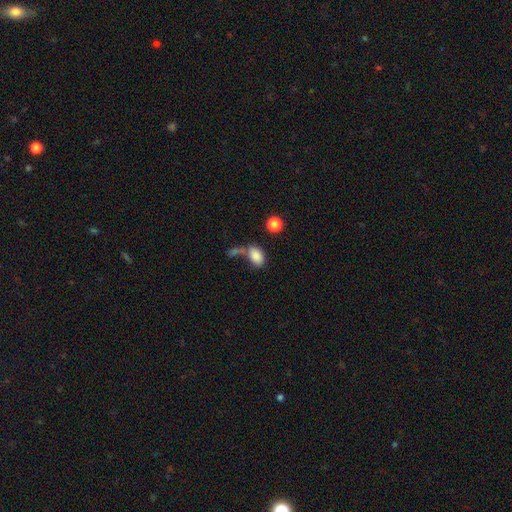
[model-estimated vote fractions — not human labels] Morphology: type=smooth (84%); roundness=in between (88%); merging=none (42%).